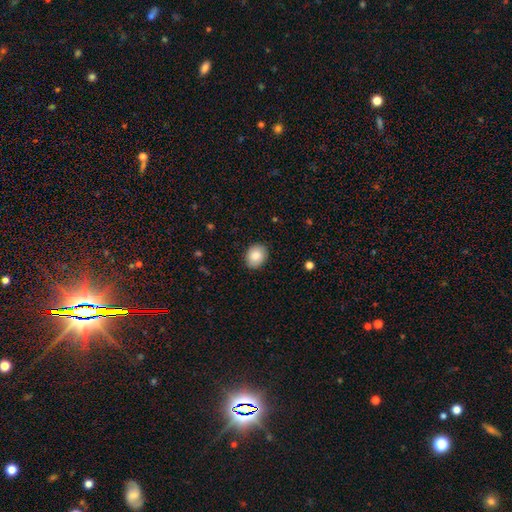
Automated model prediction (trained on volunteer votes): A smooth galaxy with no disk features (86%) that is round (54%). Merging: none (87%).